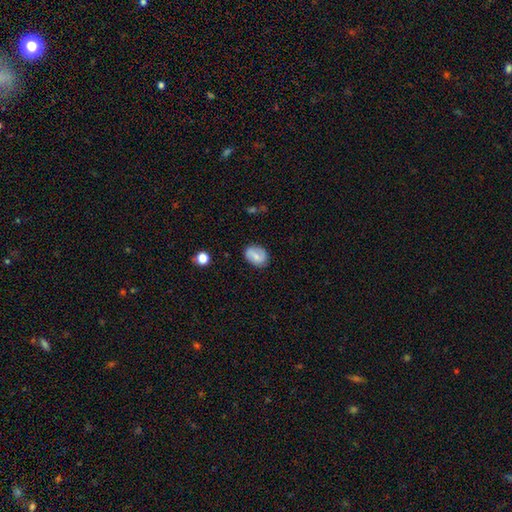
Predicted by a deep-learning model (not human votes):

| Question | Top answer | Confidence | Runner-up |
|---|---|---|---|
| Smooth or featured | smooth | 52% | featured or disk (40%) |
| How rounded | in between | 64% | round (35%) |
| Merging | none | 77% | minor disturbance (17%) |